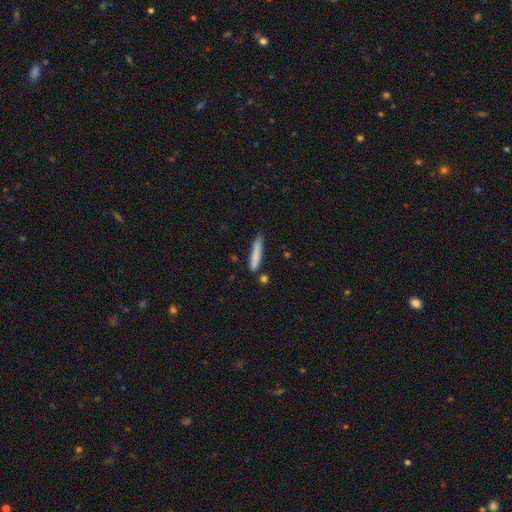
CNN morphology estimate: A smooth galaxy with no disk features (80%) that is cigar-shaped (92%). Merging: none (76%).